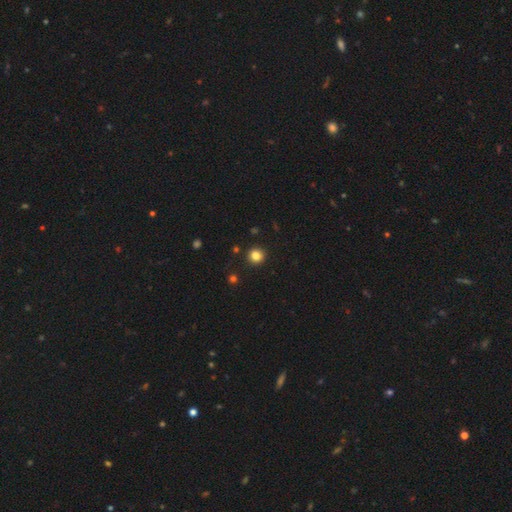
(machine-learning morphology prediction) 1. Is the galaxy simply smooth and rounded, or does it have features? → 83% smooth, 12% star or artifact, 5% featured or disk.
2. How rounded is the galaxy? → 94% round, 5% in between, 1% cigar-shaped.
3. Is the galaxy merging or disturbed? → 92% none, 5% minor disturbance, 2% major disturbance, 2% merger.